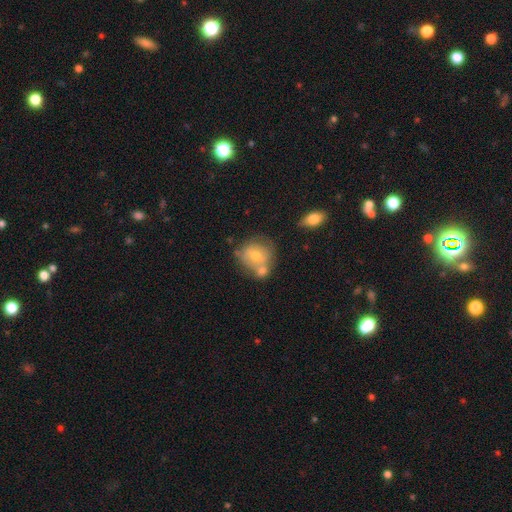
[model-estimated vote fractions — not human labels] The model was most divided on "merging": merger: 44%, none: 34%, minor disturbance: 16%, major disturbance: 6%. More confident: how rounded — round (80%); smooth or featured — smooth (58%).